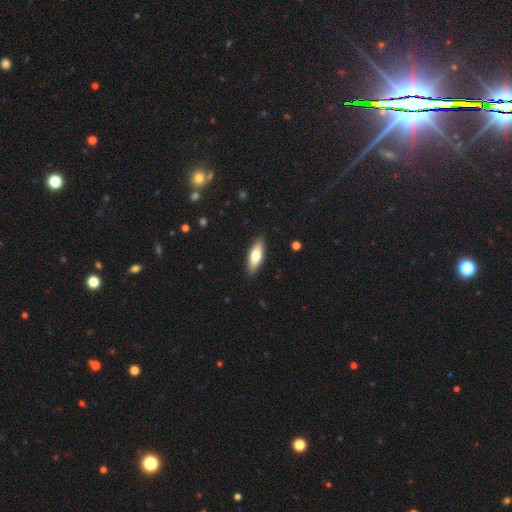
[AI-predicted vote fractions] Smooth or featured? smooth (68%)
How rounded? in between (62%)
Merging? none (89%)